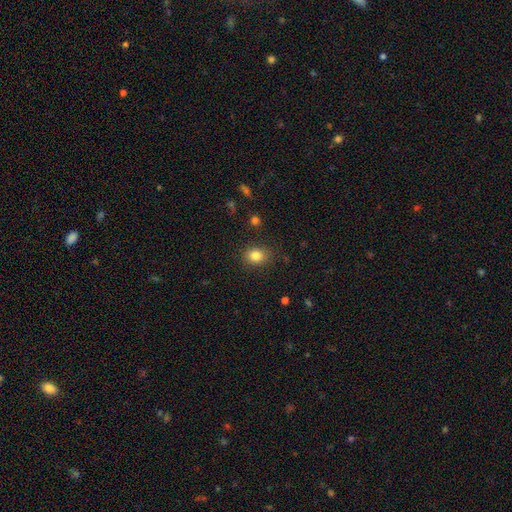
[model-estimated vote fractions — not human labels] A smooth galaxy with no disk features (83%) that is round (58%).

Vote fractions:
- Smooth or featured? smooth: 83% / star or artifact: 11% / featured or disk: 6%
- How rounded? round: 58% / in between: 41% / cigar-shaped: 1%
- Merging? none: 85% / minor disturbance: 11% / major disturbance: 3% / merger: 2%